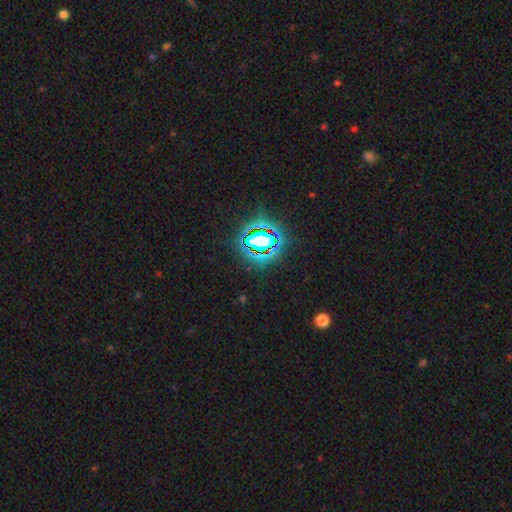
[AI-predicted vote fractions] Overall: star or artifact (81%).